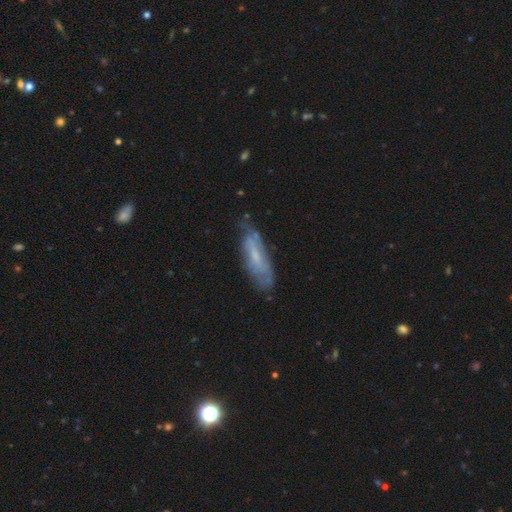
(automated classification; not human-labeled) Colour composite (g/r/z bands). It shows a featured or disk galaxy (54%). Merging: none (64%).